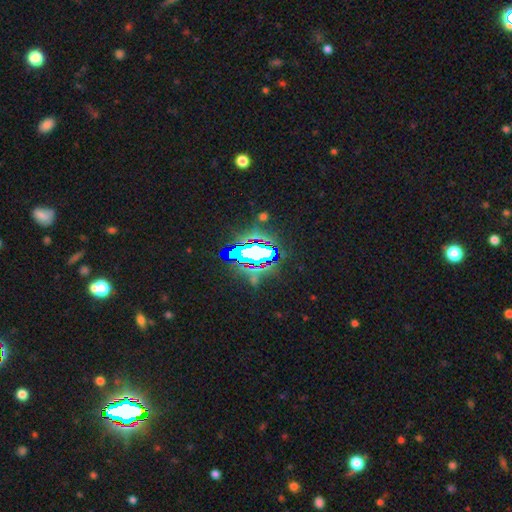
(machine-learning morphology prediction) This is likely a star or artifact rather than a galaxy (71%).